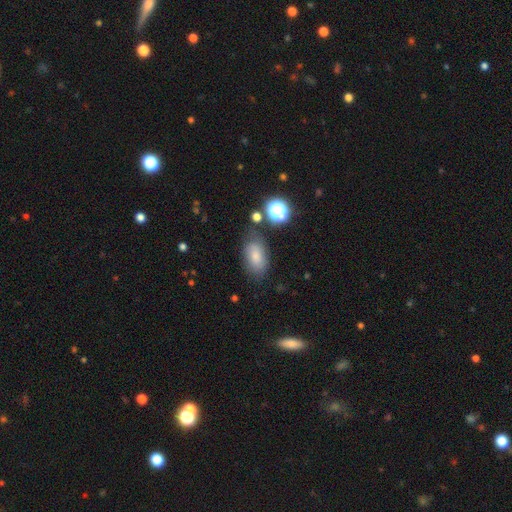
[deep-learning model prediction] The model was most divided on "merging": none: 67%, minor disturbance: 20%, major disturbance: 7%, merger: 6%. More confident: how rounded — in between (89%); smooth or featured — smooth (76%).